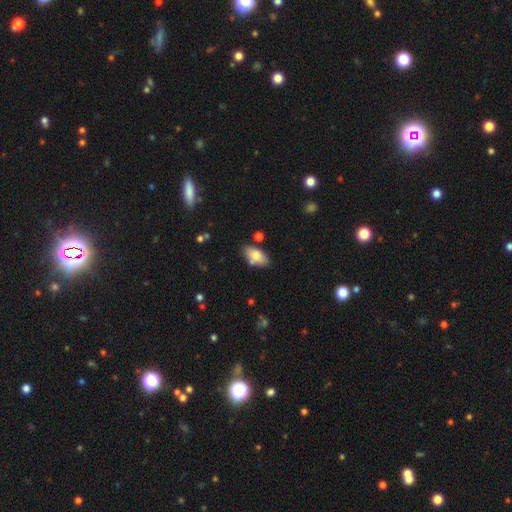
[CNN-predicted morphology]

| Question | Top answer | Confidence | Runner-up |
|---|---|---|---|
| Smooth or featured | smooth | 76% | featured or disk (16%) |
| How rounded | in between | 91% | cigar-shaped (5%) |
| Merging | none | 73% | minor disturbance (16%) |